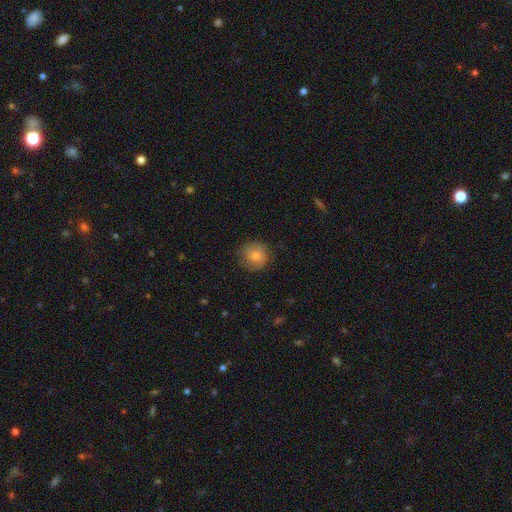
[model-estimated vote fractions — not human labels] A smooth galaxy with no disk features (75%) that is round (91%).

Vote fractions:
- Smooth or featured? smooth: 75% / featured or disk: 16% / star or artifact: 9%
- How rounded? round: 91% / in between: 8% / cigar-shaped: 1%
- Merging? none: 82% / minor disturbance: 14% / major disturbance: 4% / merger: 1%